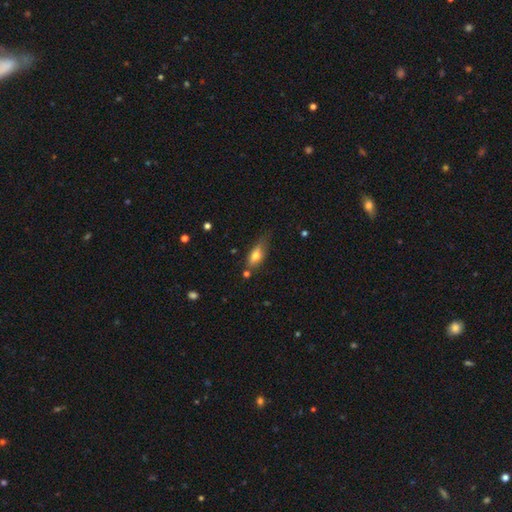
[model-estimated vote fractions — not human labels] Overall: smooth (67%). How rounded: in between (71%). Merging: none (54%; minor disturbance 31%).